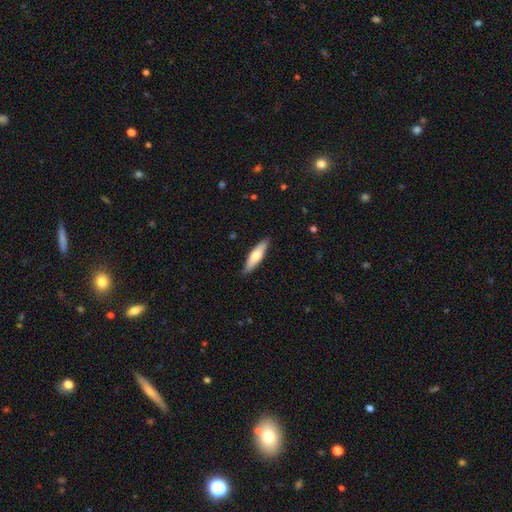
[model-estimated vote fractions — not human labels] Smooth or featured? Predicted: smooth (p=0.64). How rounded? Predicted: cigar-shaped (p=0.66). Merging? Predicted: none (p=0.88).